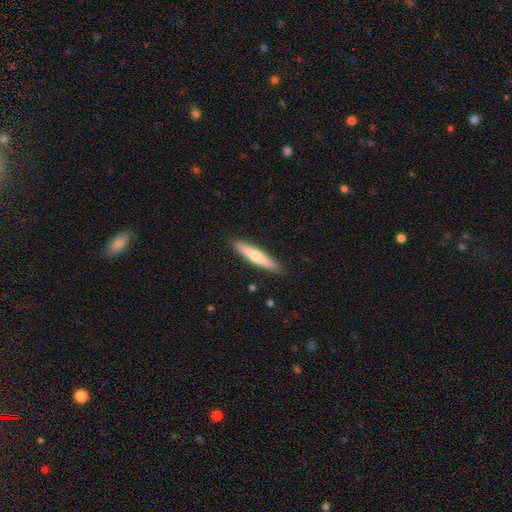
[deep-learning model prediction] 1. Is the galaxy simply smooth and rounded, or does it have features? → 55% smooth, 39% featured or disk, 5% star or artifact.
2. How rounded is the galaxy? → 90% cigar-shaped, 9% in between, 1% round.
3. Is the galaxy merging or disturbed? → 90% none, 7% minor disturbance, 2% major disturbance, 1% merger.